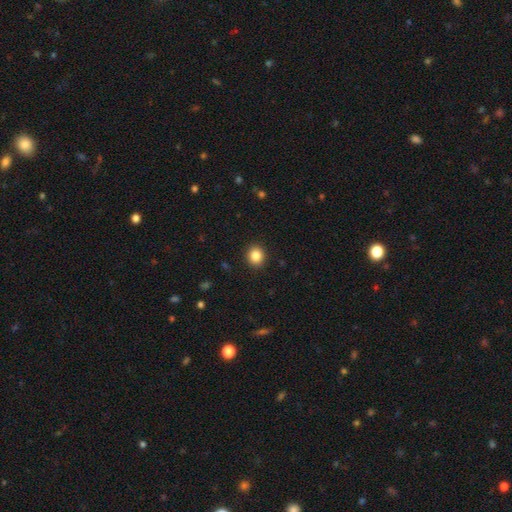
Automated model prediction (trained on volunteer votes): Morphology: type=smooth (85%); roundness=round (86%); merging=none (92%).